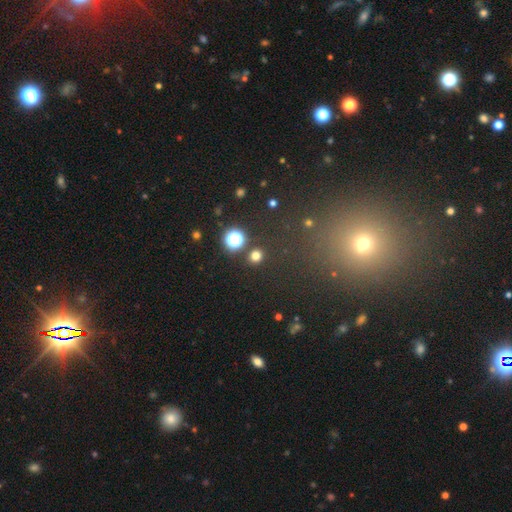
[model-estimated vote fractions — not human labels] This is likely a smooth galaxy (74%). How rounded: clearly round (88%). Merging: clearly none (86%).